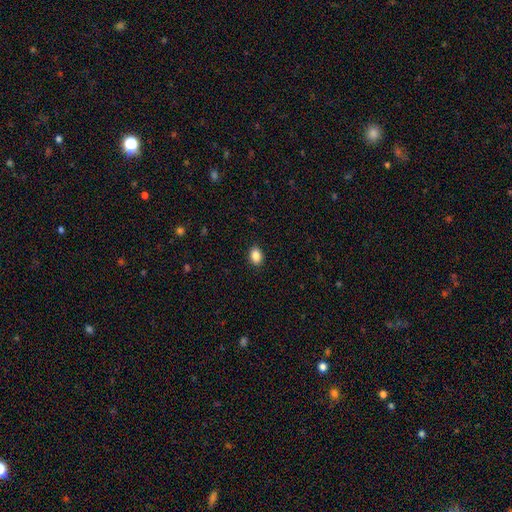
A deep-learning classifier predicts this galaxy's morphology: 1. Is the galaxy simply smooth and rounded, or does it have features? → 88% smooth, 9% star or artifact, 4% featured or disk.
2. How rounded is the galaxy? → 78% in between, 21% round, 1% cigar-shaped.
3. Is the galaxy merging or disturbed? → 90% none, 7% minor disturbance, 2% major disturbance, 1% merger.